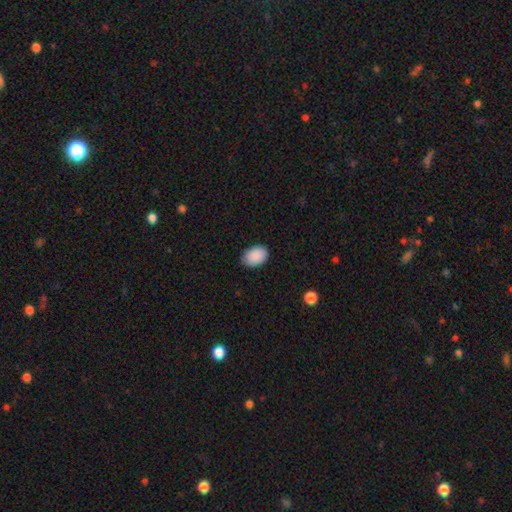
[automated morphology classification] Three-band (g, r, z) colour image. It shows a smooth galaxy with no disk features (90%) that is in between round and cigar-shaped (79%). Merging: none (82%).